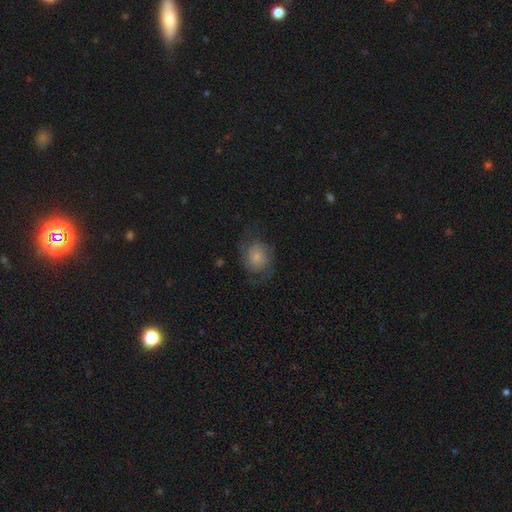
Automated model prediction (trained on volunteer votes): smooth-or-featured: featured or disk: 57% | smooth: 29% | star or artifact: 14%
  disk-edge-on: no: 97% | yes: 3%
    bar: no: 80% | weak: 17% | strong: 3%
    has-spiral-arms: yes: 89% | no: 11%
    bulge-size: small: 58% | moderate: 27% | none: 6% | large: 6% | dominant: 3%
  merging: none: 71% | minor disturbance: 16% | major disturbance: 12% | merger: 1%